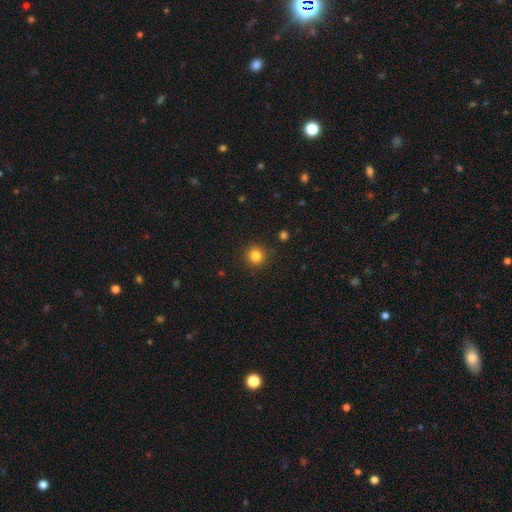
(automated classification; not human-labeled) This appears to be a smooth galaxy with no disk features (83%) that is round (92%). Merging: none (90%).